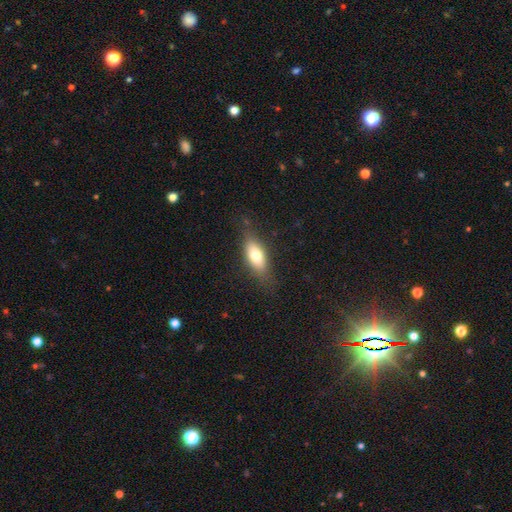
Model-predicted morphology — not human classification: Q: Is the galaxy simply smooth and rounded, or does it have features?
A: smooth — 70%.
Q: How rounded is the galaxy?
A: in between — 76%.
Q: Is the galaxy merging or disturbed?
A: none — 78%.